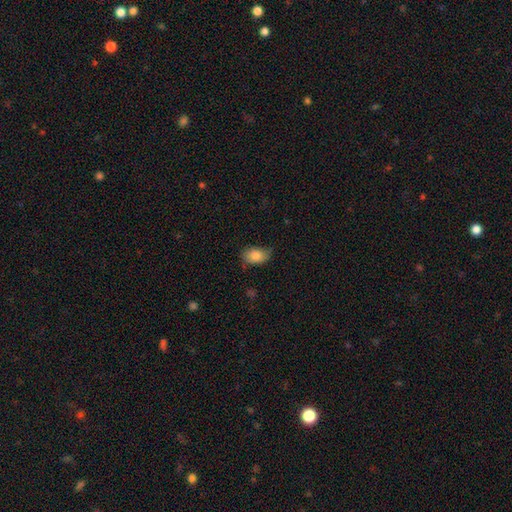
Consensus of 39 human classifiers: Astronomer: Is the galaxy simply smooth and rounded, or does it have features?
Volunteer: smooth — 92%.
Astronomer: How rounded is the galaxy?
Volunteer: in between — 83%.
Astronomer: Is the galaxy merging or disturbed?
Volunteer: none — 76%.